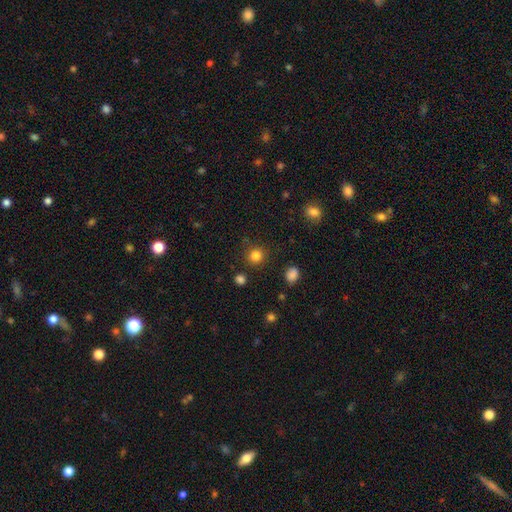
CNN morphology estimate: A smooth galaxy with no disk features (83%) that is round (92%).

Vote fractions:
- Smooth or featured? smooth: 83% / star or artifact: 13% / featured or disk: 4%
- How rounded? round: 92% / in between: 7% / cigar-shaped: 1%
- Merging? none: 88% / minor disturbance: 7% / major disturbance: 3% / merger: 2%